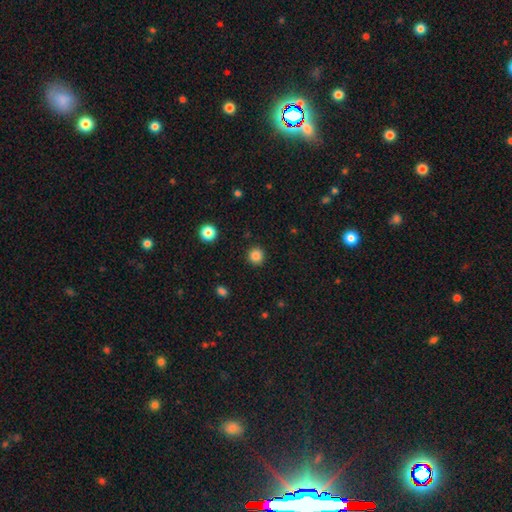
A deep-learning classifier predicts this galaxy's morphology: Overall: smooth (84%). How rounded: round (94%). Merging: none (92%).